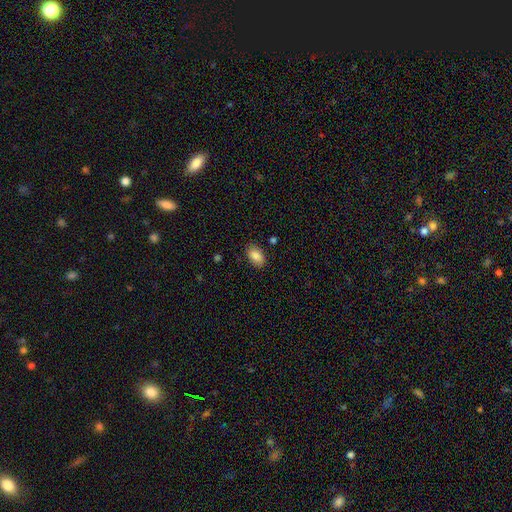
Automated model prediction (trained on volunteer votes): Morphology: type=smooth (87%); roundness=in between (90%); merging=none (85%).